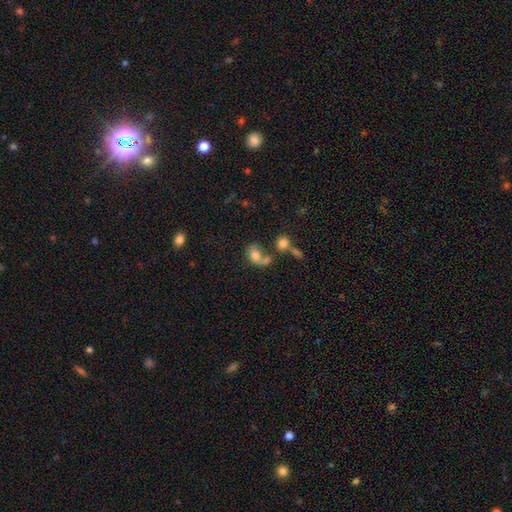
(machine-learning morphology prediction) The model was most divided on "merging": merger: 49%, none: 23%, major disturbance: 15%, minor disturbance: 13%. More confident: smooth or featured — smooth (69%); how rounded — in between (63%).